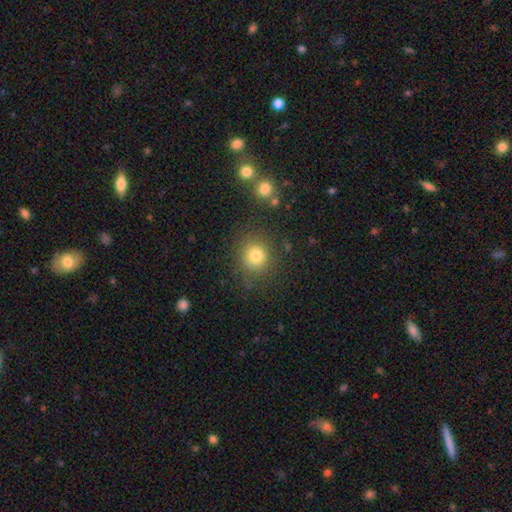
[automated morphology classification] Smooth or featured: smooth — 78% (star or artifact — 13%)
How rounded: round — 87% (in between — 12%)
Merging: none — 80% (minor disturbance — 11%)